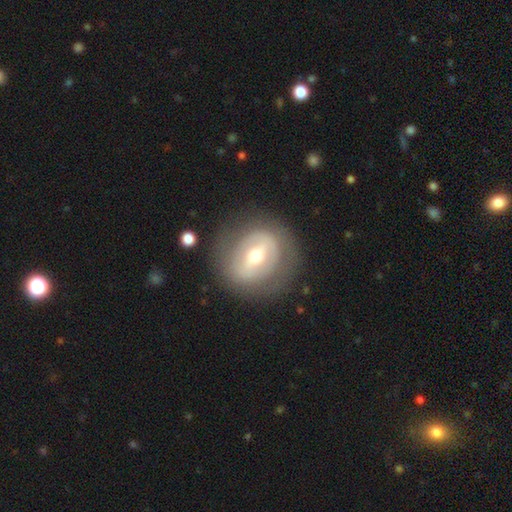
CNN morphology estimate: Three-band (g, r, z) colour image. It shows a featured or disk galaxy (65%) with a strong bar (46%), no spiral arms (67%) and a moderate central bulge (61%). Merging: none (78%).